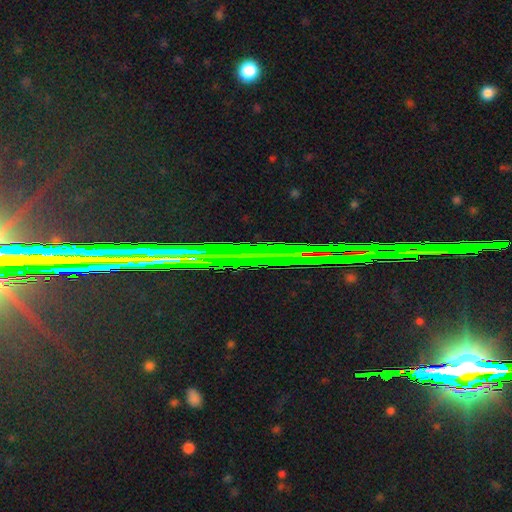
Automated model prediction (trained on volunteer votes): smooth_or_featured: star or artifact (p=0.79) [alt: featured or disk p=0.12]